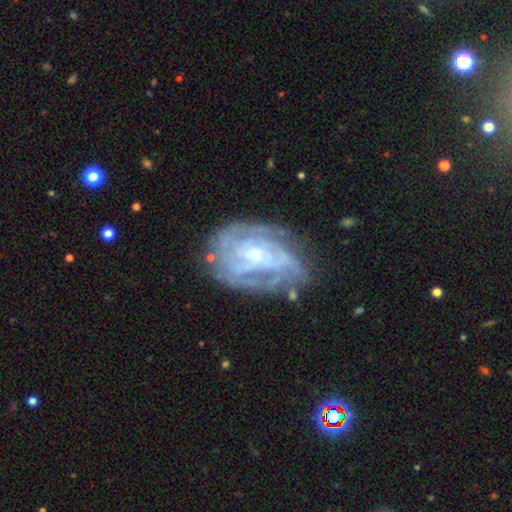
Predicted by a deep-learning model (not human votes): featured or disk 83%, smooth 10%, star or artifact 7%. Down the decision tree: edge-on disk — no (97%); bar — no (61%); spiral arms — yes (88%); spiral arm count — can't tell (43%); spiral winding — tight (63%); bulge size — small (47%); merging — none (64%).